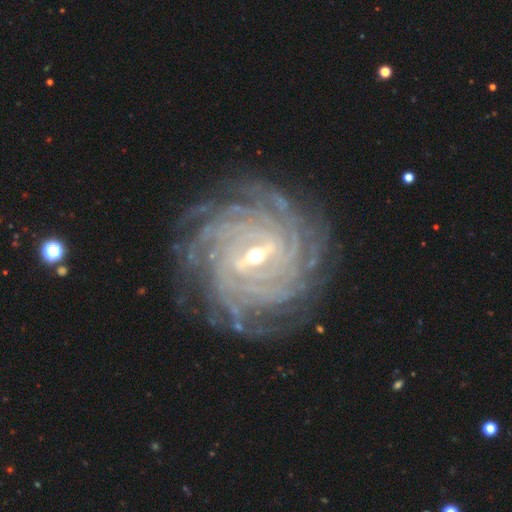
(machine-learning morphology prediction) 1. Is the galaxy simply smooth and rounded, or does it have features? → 92% featured or disk, 5% star or artifact, 3% smooth.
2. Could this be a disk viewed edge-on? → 98% no, 2% yes.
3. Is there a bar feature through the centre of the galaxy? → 48% strong, 41% weak, 11% no.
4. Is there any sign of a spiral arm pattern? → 98% yes, 2% no.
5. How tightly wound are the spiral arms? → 87% tight, 10% medium, 2% loose.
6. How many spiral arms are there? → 46% more than 4, 18% 4, 14% can't tell, 8% 3, 8% 2, 7% 1.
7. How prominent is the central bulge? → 51% small, 46% moderate, 2% large, 1% none, 1% dominant.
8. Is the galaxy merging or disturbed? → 85% none, 10% minor disturbance, 4% major disturbance, 1% merger.